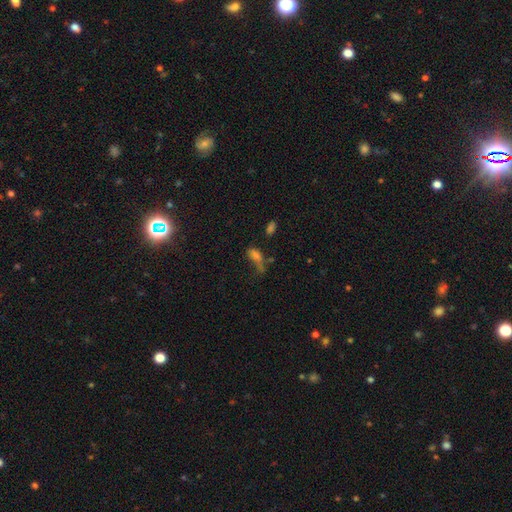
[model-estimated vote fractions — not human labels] Morphology: type=smooth (54%); roundness=in between (73%); merging=none (34%).